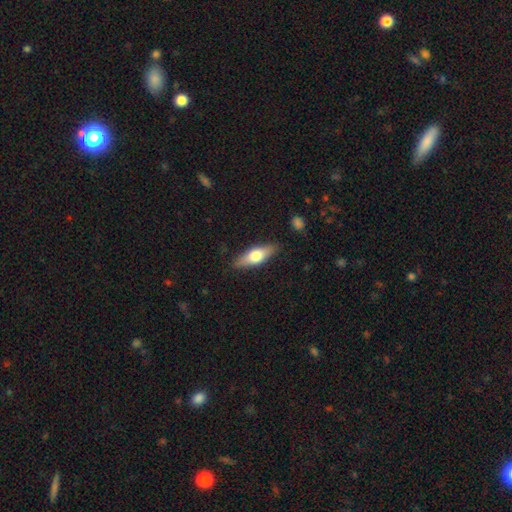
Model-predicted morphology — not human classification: Smooth or featured?
  - smooth: 55% *
  - featured or disk: 39%
  - star or artifact: 6%
How rounded?
  - in between: 57% *
  - cigar-shaped: 39%
  - round: 3%
Merging?
  - none: 85% *
  - minor disturbance: 11%
  - major disturbance: 2%
  - merger: 1%